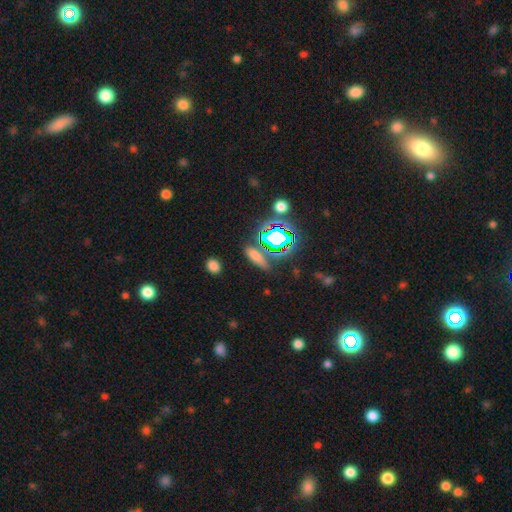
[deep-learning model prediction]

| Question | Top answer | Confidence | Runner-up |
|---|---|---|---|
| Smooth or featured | smooth | 58% | star or artifact (29%) |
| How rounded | in between | 48% | cigar-shaped (40%) |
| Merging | none | 78% | minor disturbance (11%) |